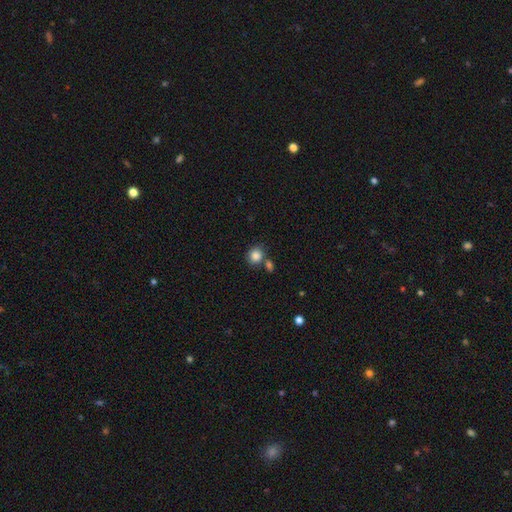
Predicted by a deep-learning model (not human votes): smooth_or_featured: smooth (p=0.85) [alt: star or artifact p=0.10]
how_rounded: round (p=0.76) [alt: in between p=0.24]
merging: none (p=0.63) [alt: merger p=0.20]